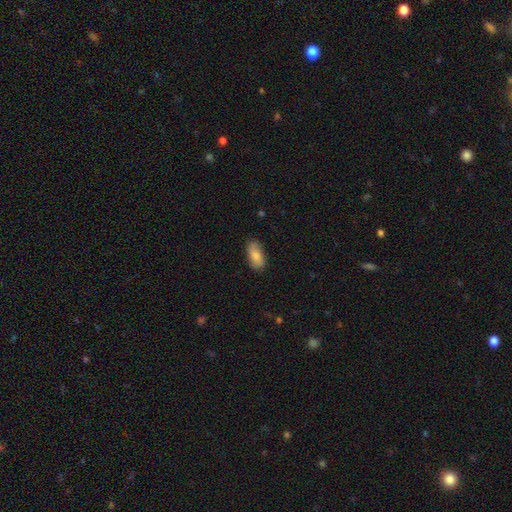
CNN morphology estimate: Q: Smooth or featured?
A: smooth (81%); runner-up: featured or disk (13%)
Q: How rounded?
A: in between (88%); runner-up: cigar-shaped (9%)
Q: Merging?
A: none (81%); runner-up: minor disturbance (15%)